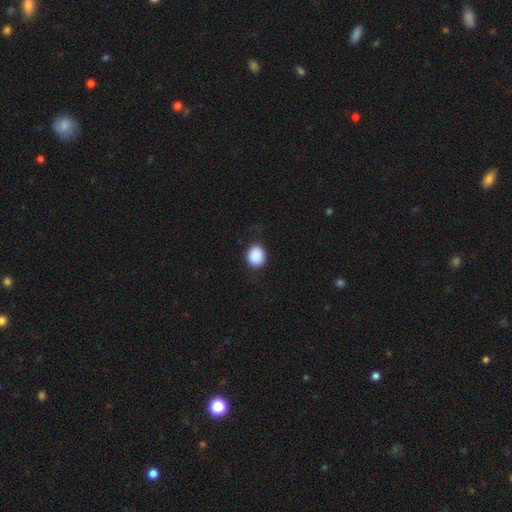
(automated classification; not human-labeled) This appears to be a smooth galaxy with no disk features (89%) that is round (71%). Merging: none (83%).